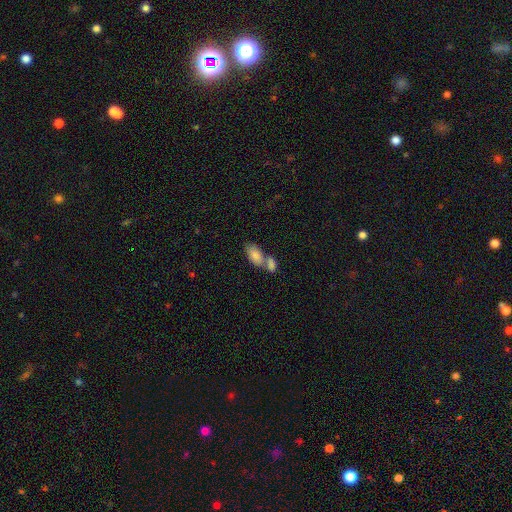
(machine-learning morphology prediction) Smooth or featured: smooth — 82% (featured or disk — 11%)
How rounded: in between — 93% (cigar-shaped — 4%)
Merging: merger — 59% (none — 29%)